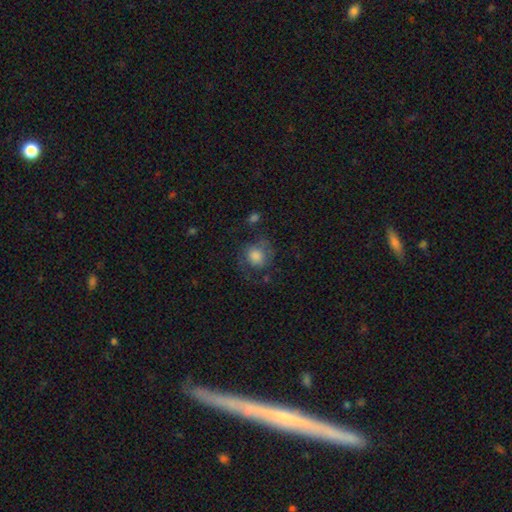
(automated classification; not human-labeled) The model was most divided on "merging": none: 58%, minor disturbance: 22%, major disturbance: 17%, merger: 3%. More confident: how rounded — round (82%); smooth or featured — smooth (64%).